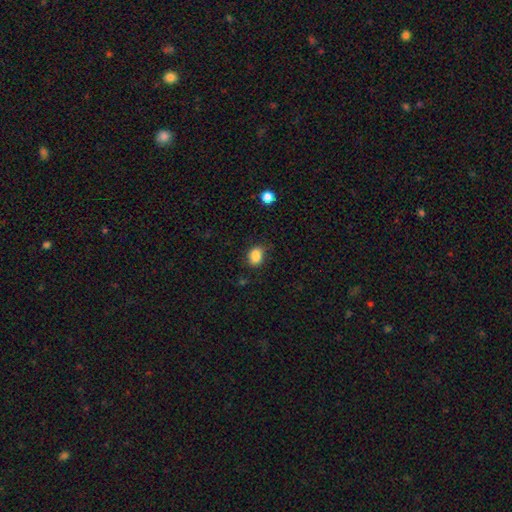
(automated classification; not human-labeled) This appears to be a smooth galaxy with no disk features (86%) that is in between round and cigar-shaped (58%). Merging: none (72%).